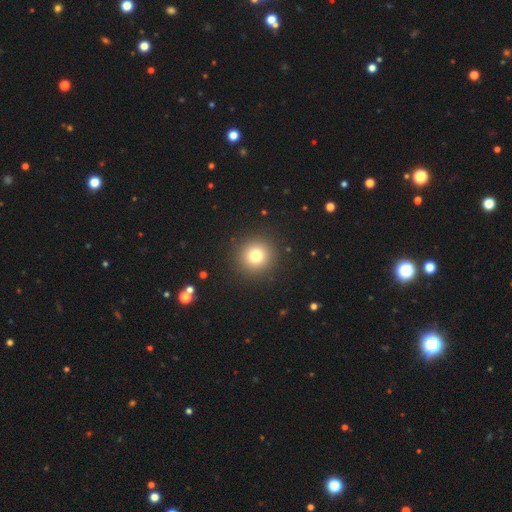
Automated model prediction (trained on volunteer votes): This is likely a smooth galaxy (77%). How rounded: clearly round (95%). Merging: clearly none (91%).